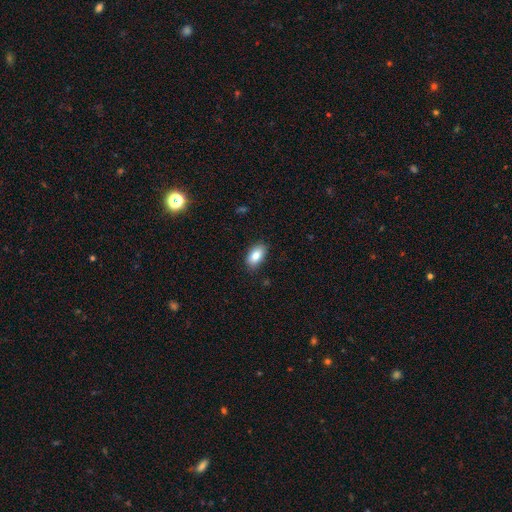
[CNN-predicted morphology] This appears to be a smooth galaxy with no disk features (86%) that is in between round and cigar-shaped (93%). Merging: none (86%).